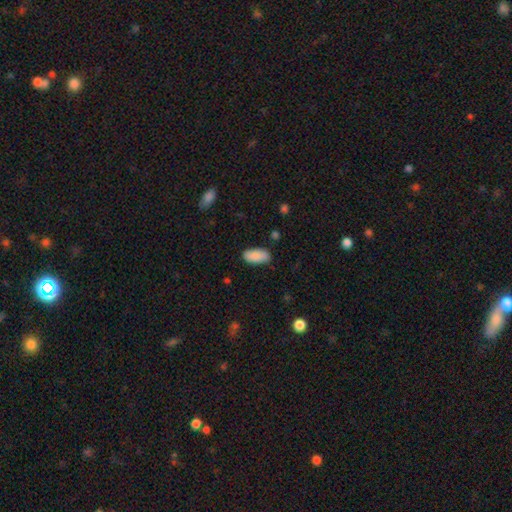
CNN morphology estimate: This appears to be a smooth galaxy with no disk features (89%) that is in between round and cigar-shaped (93%). Merging: none (82%).